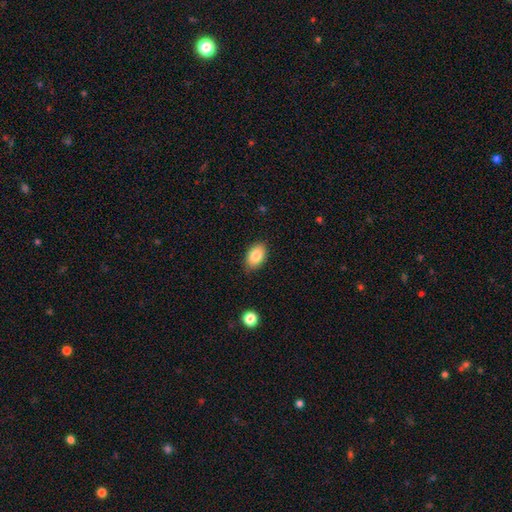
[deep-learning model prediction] The model was most divided on "merging": none: 85%, minor disturbance: 12%, major disturbance: 2%, merger: 1%. More confident: how rounded — in between (90%); smooth or featured — smooth (84%).